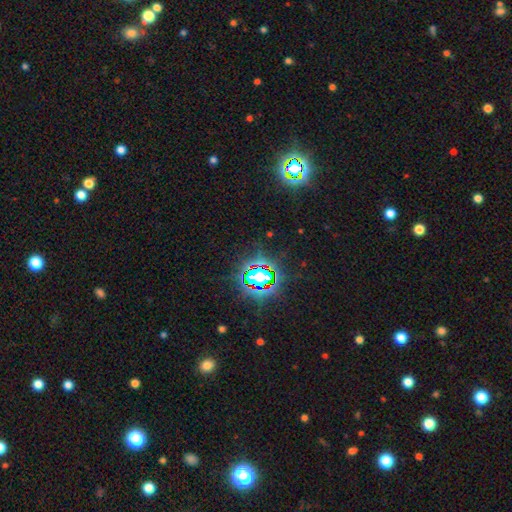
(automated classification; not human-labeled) Morphology: type=star or artifact (83%).